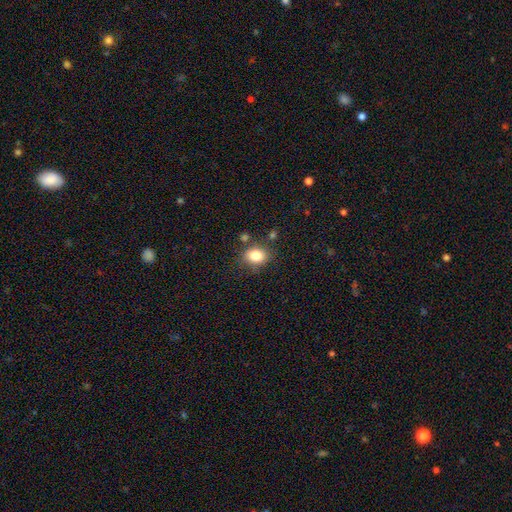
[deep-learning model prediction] smooth-or-featured: smooth: 83% | star or artifact: 10% | featured or disk: 7%
  how-rounded: in between: 56% | round: 43% | cigar-shaped: 1%
  merging: none: 74% | minor disturbance: 15% | merger: 7% | major disturbance: 4%